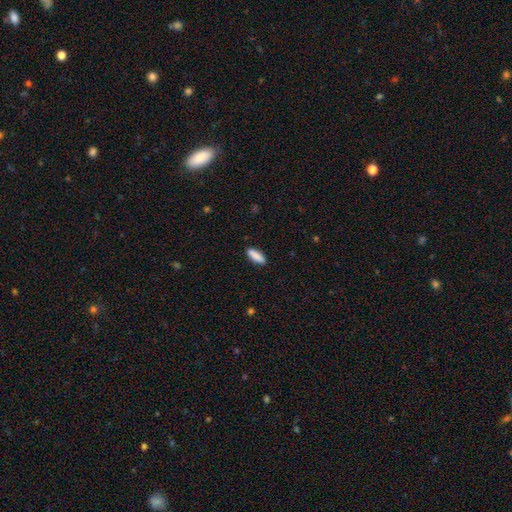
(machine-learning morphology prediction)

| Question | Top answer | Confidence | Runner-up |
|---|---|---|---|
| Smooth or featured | smooth | 89% | star or artifact (6%) |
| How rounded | in between | 61% | cigar-shaped (38%) |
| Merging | none | 89% | minor disturbance (8%) |